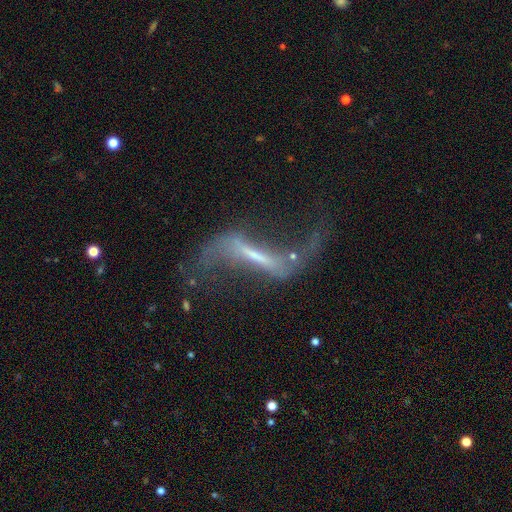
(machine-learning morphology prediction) Smooth or featured? featured or disk (83%)
Edge-on disk? no (82%)
Bar? strong (63%)
Spiral arms? yes (88%)
Spiral winding? loose (93%)
Spiral arm count? 2 (91%)
Bulge size? small (40%)
Merging? none (53%)